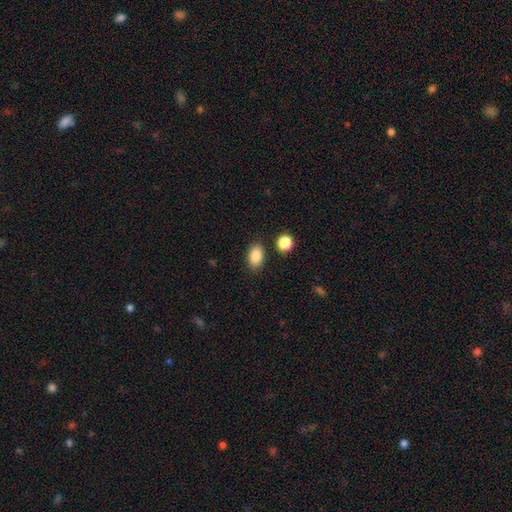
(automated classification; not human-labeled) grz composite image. It shows a smooth galaxy with no disk features (87%) that is in between round and cigar-shaped (88%). Merging: none (85%).